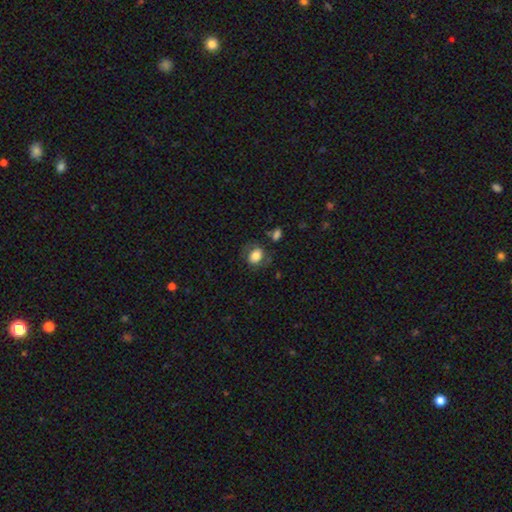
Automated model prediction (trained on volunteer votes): Smooth or featured?
  - smooth: 76% *
  - featured or disk: 15%
  - star or artifact: 9%
How rounded?
  - in between: 59% *
  - round: 40%
  - cigar-shaped: 1%
Merging?
  - none: 65% *
  - minor disturbance: 20%
  - major disturbance: 10%
  - merger: 5%